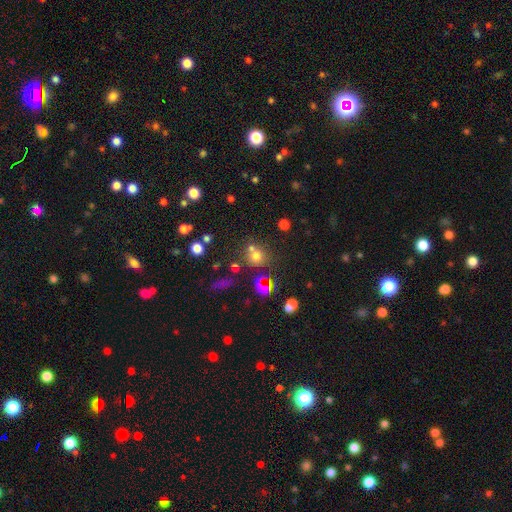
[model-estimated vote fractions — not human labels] Smooth or featured?
  - smooth: 64% *
  - star or artifact: 24%
  - featured or disk: 12%
How rounded?
  - round: 85% *
  - in between: 14%
  - cigar-shaped: 1%
Merging?
  - none: 55% *
  - merger: 30%
  - minor disturbance: 10%
  - major disturbance: 5%